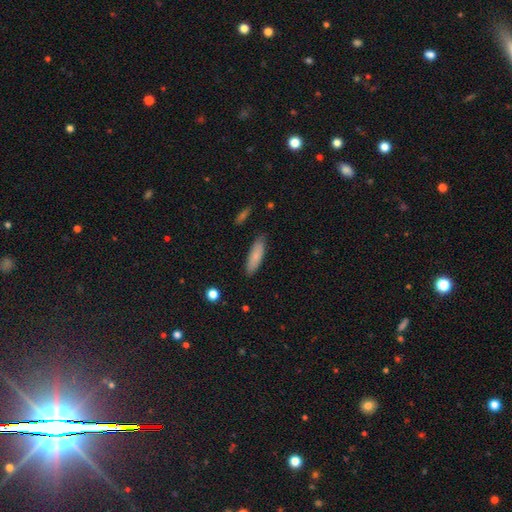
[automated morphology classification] The model was most divided on "how rounded": cigar-shaped: 55%, in between: 44%, round: 2%. More confident: merging — none (85%); smooth or featured — smooth (81%).